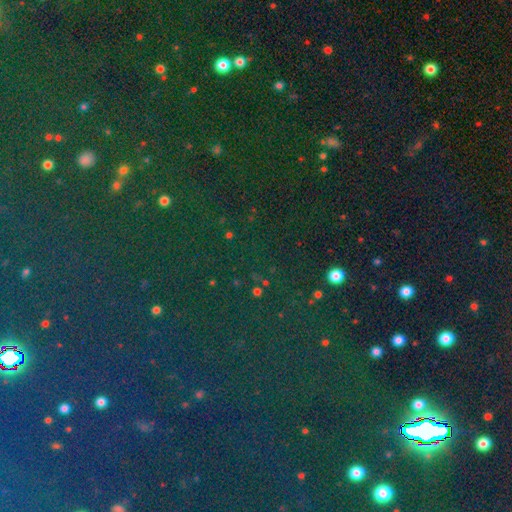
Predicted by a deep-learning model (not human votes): Smooth or featured?
  - star or artifact: 80% *
  - smooth: 13%
  - featured or disk: 7%